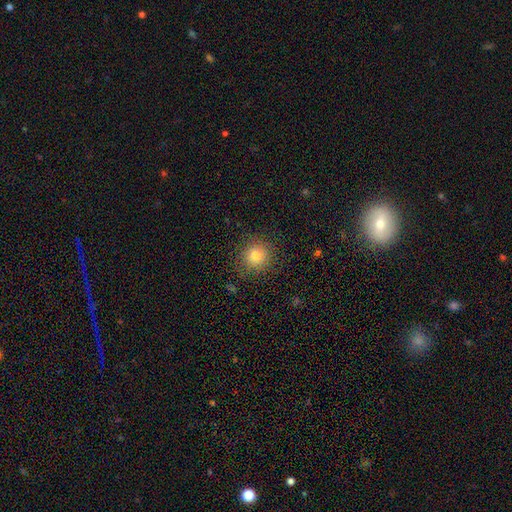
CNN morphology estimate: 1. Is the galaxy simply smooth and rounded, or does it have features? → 79% smooth, 13% star or artifact, 8% featured or disk.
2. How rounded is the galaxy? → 92% round, 7% in between, 1% cigar-shaped.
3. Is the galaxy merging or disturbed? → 87% none, 9% minor disturbance, 3% major disturbance, 1% merger.